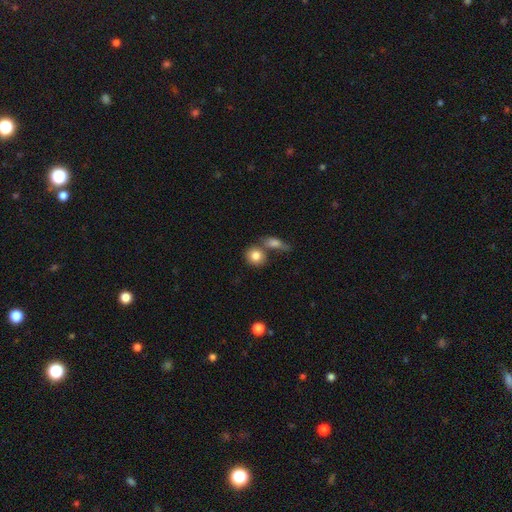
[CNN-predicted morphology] A smooth galaxy with no disk features (83%) that is round (77%). Merging: none (53%).